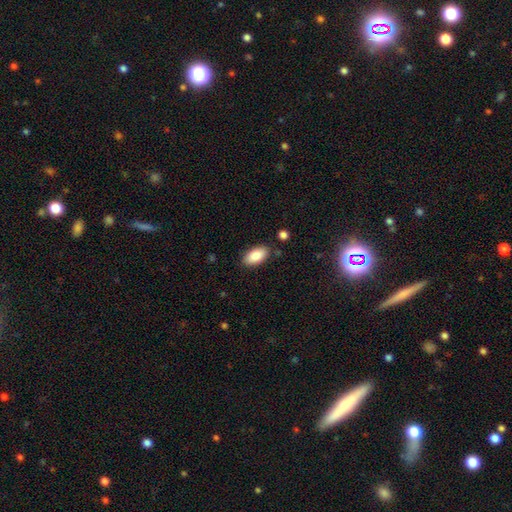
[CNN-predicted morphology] Smooth or featured? smooth (87%)
How rounded? in between (93%)
Merging? none (85%)